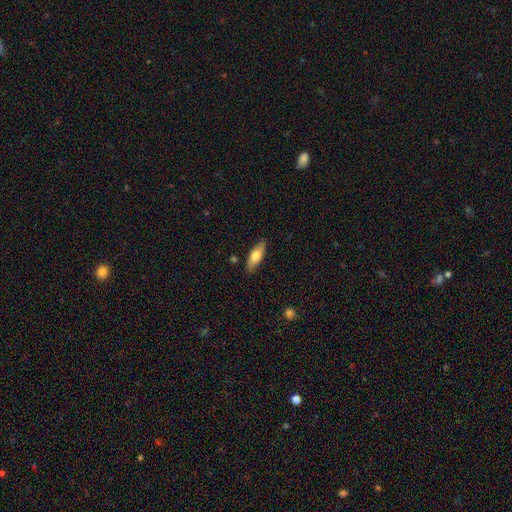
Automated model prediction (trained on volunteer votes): A smooth galaxy with no disk features (67%) that is in between round and cigar-shaped (61%).

Vote fractions:
- Smooth or featured? smooth: 67% / featured or disk: 27% / star or artifact: 6%
- How rounded? in between: 61% / cigar-shaped: 36% / round: 2%
- Merging? none: 86% / minor disturbance: 10% / major disturbance: 2% / merger: 1%